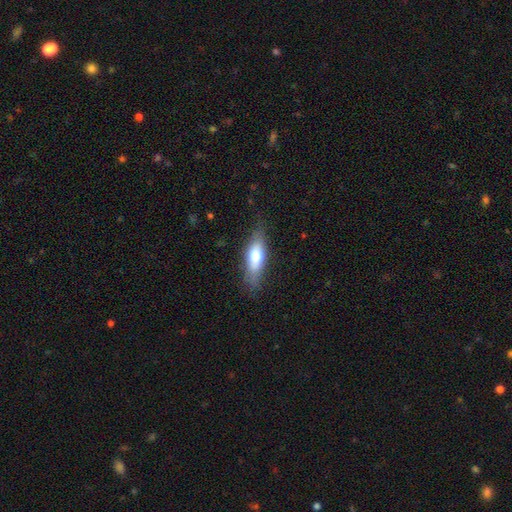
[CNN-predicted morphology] A smooth galaxy with no disk features (64%) that is in between round and cigar-shaped (56%).

Vote fractions:
- Smooth or featured? smooth: 64% / featured or disk: 30% / star or artifact: 6%
- How rounded? in between: 56% / cigar-shaped: 41% / round: 3%
- Merging? none: 76% / minor disturbance: 18% / major disturbance: 5% / merger: 1%